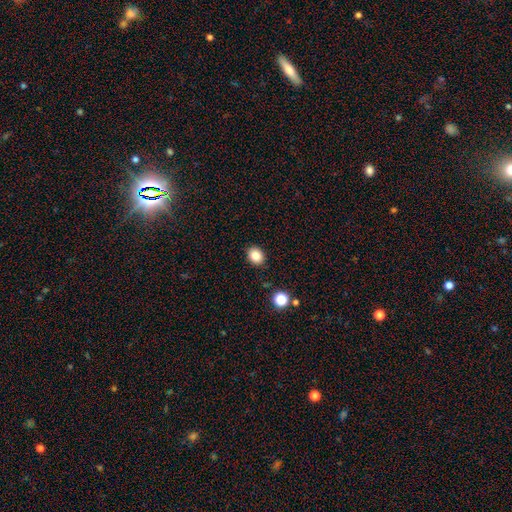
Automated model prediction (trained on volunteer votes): A smooth galaxy with no disk features (84%) that is round (50%).

Vote fractions:
- Smooth or featured? smooth: 84% / star or artifact: 11% / featured or disk: 5%
- How rounded? round: 50% / in between: 49% / cigar-shaped: 1%
- Merging? none: 89% / minor disturbance: 7% / major disturbance: 2% / merger: 2%